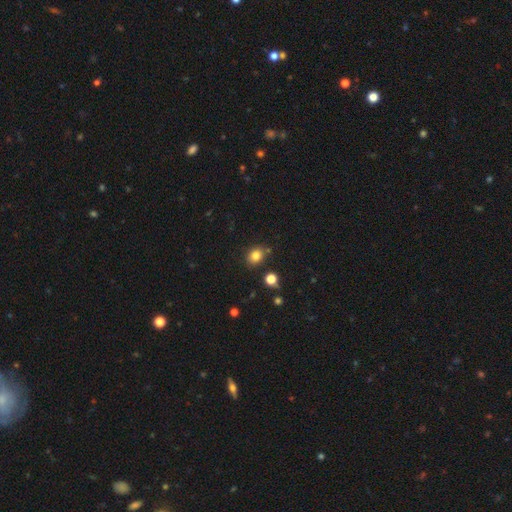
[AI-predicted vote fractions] Overall: smooth (81%). How rounded: round (56%; in between 43%). Merging: none (78%).